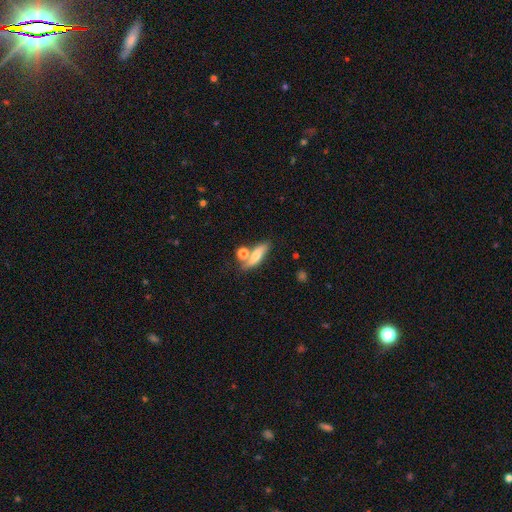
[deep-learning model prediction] Smooth or featured?
  - smooth: 68% *
  - featured or disk: 23%
  - star or artifact: 9%
How rounded?
  - in between: 47% *
  - cigar-shaped: 43%
  - round: 9%
Merging?
  - none: 55% *
  - merger: 24%
  - minor disturbance: 15%
  - major disturbance: 6%